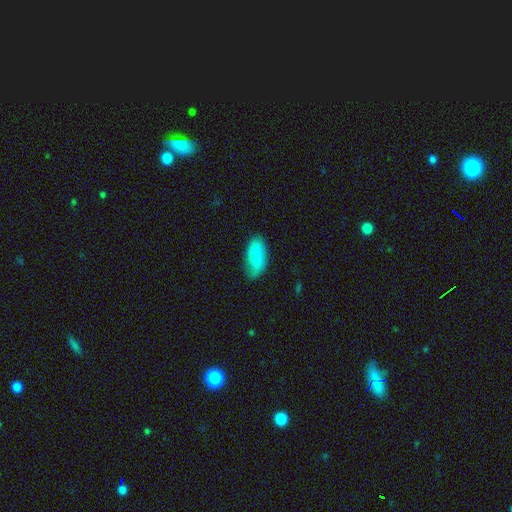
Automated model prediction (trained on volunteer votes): A smooth galaxy with no disk features (83%) that is in between round and cigar-shaped (90%). Merging: none (71%).